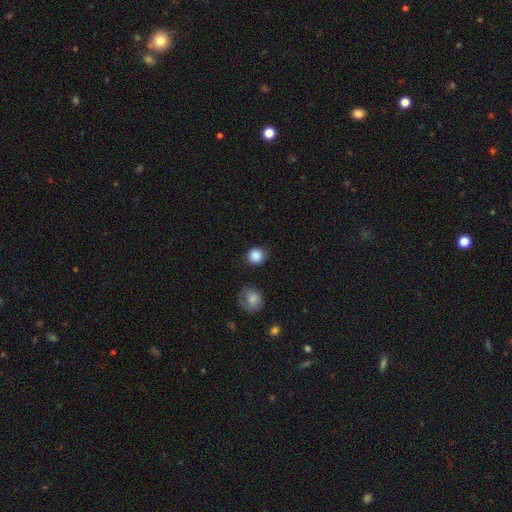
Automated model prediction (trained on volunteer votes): smooth 87%, star or artifact 10%, featured or disk 3%. Down the decision tree: how rounded — round (93%); merging — none (87%).